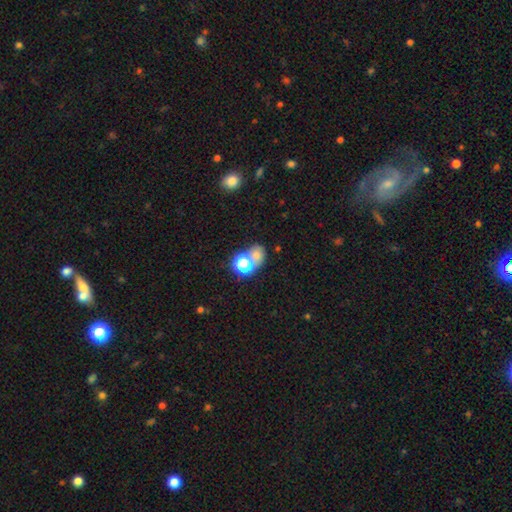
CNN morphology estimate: This is likely a smooth galaxy (64%). How rounded: likely round (63%). Merging: marginally none (44%).